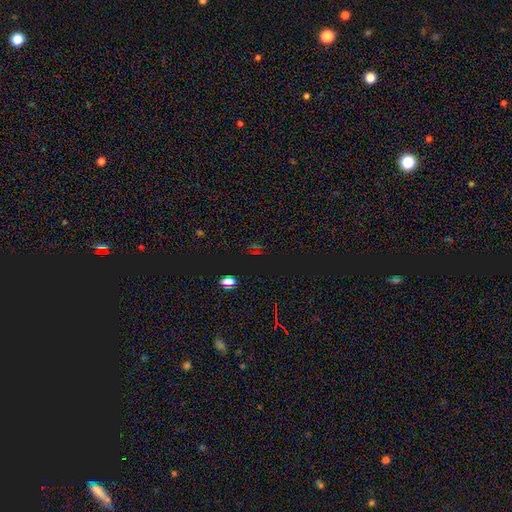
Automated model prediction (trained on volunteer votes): A star or artifact, not a galaxy (67%).

Vote fractions:
- Smooth or featured? star or artifact: 67% / smooth: 23% / featured or disk: 9%